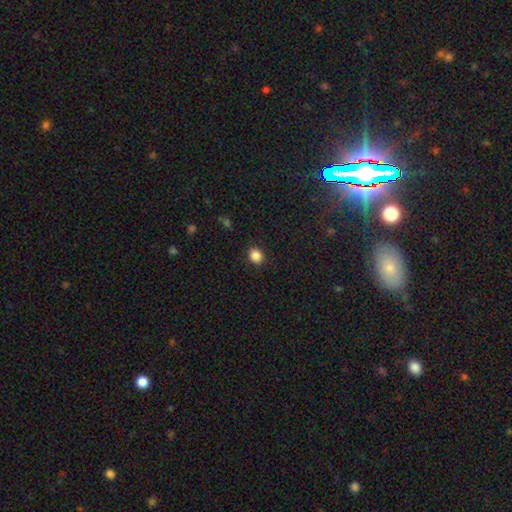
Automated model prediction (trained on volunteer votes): A smooth galaxy with no disk features (86%) that is round (70%). Merging: none (89%).